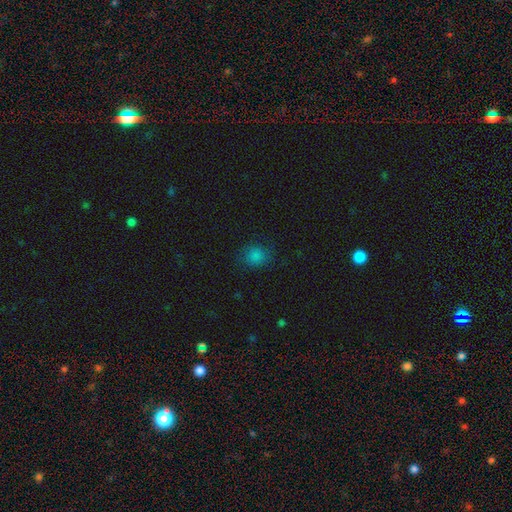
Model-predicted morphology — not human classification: A smooth galaxy with no disk features (82%) that is round (74%).

Vote fractions:
- Smooth or featured? smooth: 82% / star or artifact: 13% / featured or disk: 5%
- How rounded? round: 74% / in between: 25% / cigar-shaped: 1%
- Merging? none: 79% / minor disturbance: 15% / major disturbance: 5% / merger: 1%